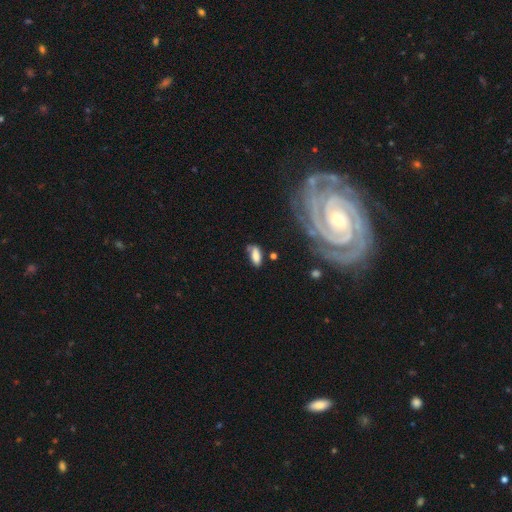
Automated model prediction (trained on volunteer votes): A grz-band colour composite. It shows a smooth galaxy with no disk features (77%) that is in between round and cigar-shaped (83%). Merging: none (60%).